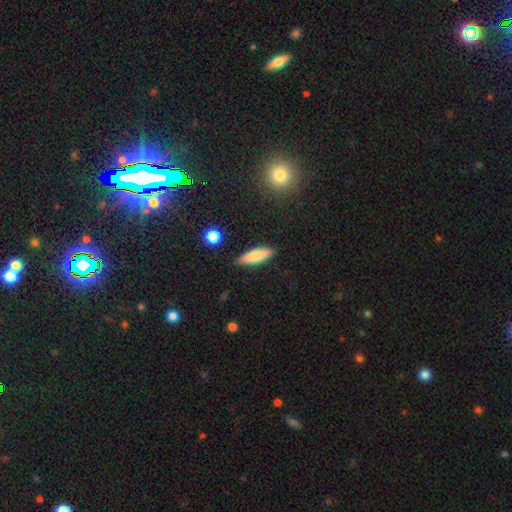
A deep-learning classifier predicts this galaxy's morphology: smooth 76%, featured or disk 17%, star or artifact 7%. Down the decision tree: how rounded — in between (51%); merging — none (83%).